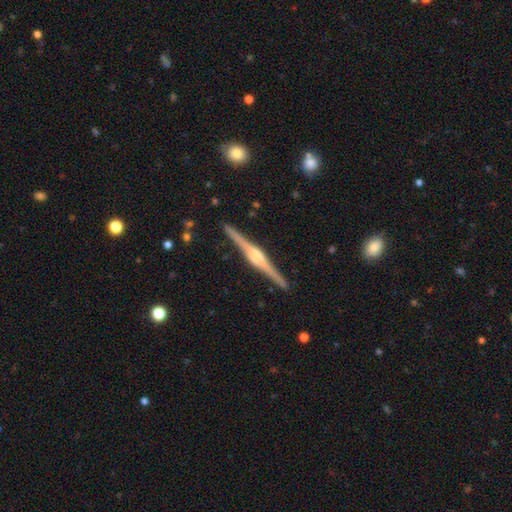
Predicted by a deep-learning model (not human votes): Smooth or featured?
  - featured or disk: 87% *
  - smooth: 8%
  - star or artifact: 5%
Edge-on disk?
  - yes: 99% *
  - no: 1%
Edge-on bulge?
  - rounded: 70% *
  - boxy: 25%
  - none: 4%
Merging?
  - none: 90% *
  - minor disturbance: 7%
  - major disturbance: 1%
  - merger: 1%